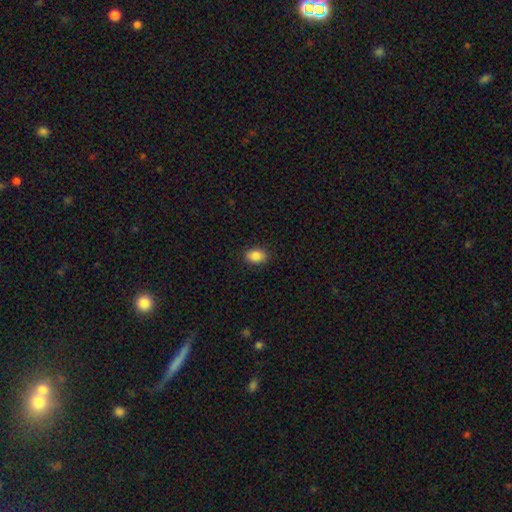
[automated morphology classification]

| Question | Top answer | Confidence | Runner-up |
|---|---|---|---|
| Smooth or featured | smooth | 87% | star or artifact (8%) |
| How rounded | in between | 80% | round (19%) |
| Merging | none | 89% | minor disturbance (8%) |